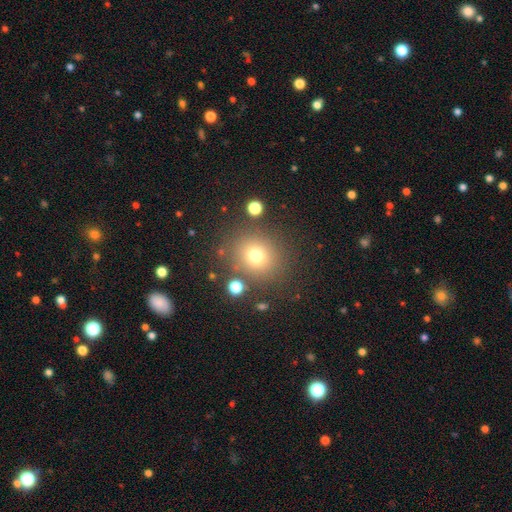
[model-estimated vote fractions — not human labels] smooth-or-featured: smooth: 72% | star or artifact: 17% | featured or disk: 10%
  how-rounded: round: 83% | in between: 16% | cigar-shaped: 1%
  merging: none: 81% | minor disturbance: 9% | major disturbance: 5% | merger: 5%